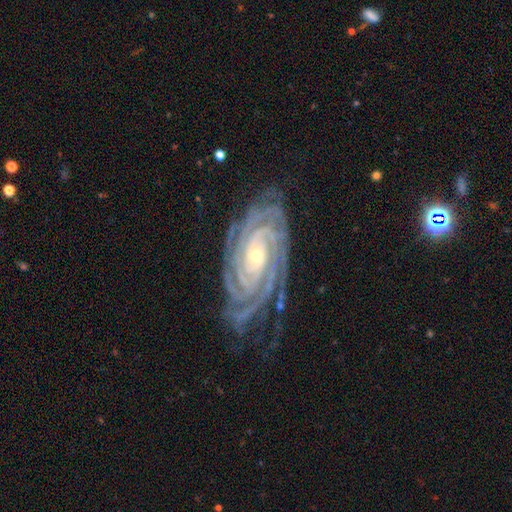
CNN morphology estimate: Smooth or featured? Predicted: featured or disk (p=0.92). Edge-on disk? Predicted: no (p=0.97). Bar? Predicted: no (p=0.58). Spiral arms? Predicted: yes (p=0.99). Spiral winding? Predicted: tight (p=0.85). Spiral arm count? Predicted: 4 (p=0.31). Bulge size? Predicted: small (p=0.61). Merging? Predicted: none (p=0.77).